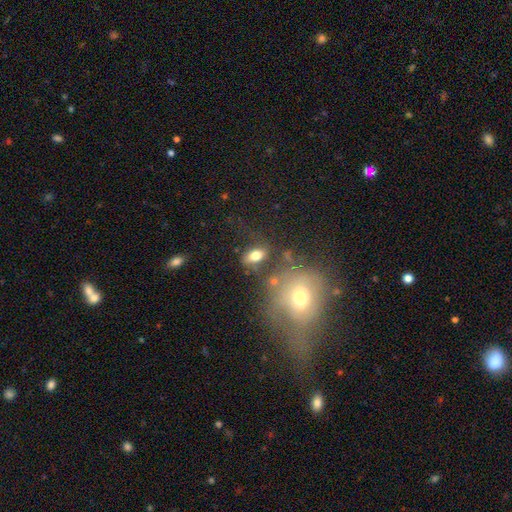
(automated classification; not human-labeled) This appears to be a smooth galaxy with no disk features (74%) that is in between round and cigar-shaped (84%). Merging: none (63%).